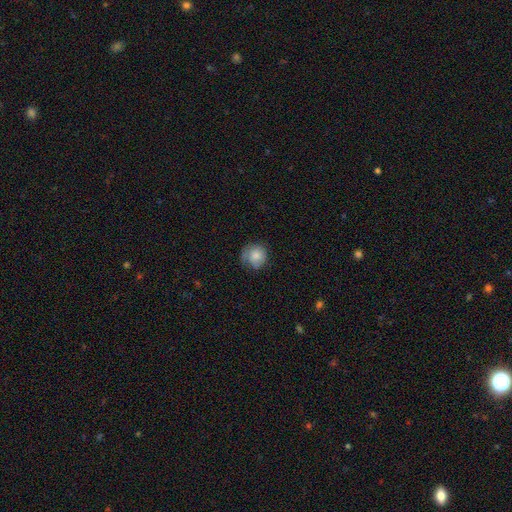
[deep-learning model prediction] A smooth galaxy with no disk features (72%) that is round (86%).

Vote fractions:
- Smooth or featured? smooth: 72% / featured or disk: 21% / star or artifact: 8%
- How rounded? round: 86% / in between: 13% / cigar-shaped: 1%
- Merging? none: 62% / minor disturbance: 26% / major disturbance: 11% / merger: 1%